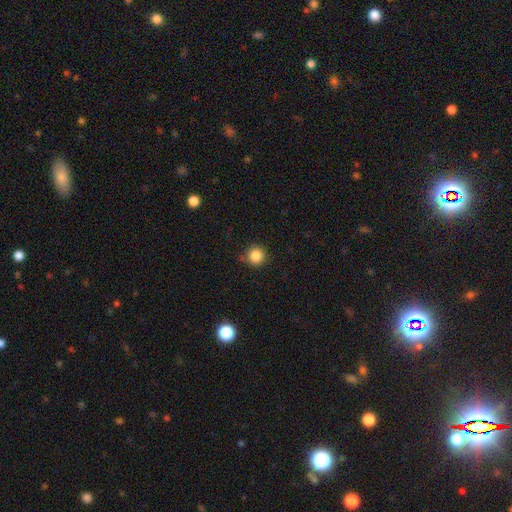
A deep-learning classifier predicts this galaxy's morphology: A smooth galaxy with no disk features (86%) that is round (95%).

Vote fractions:
- Smooth or featured? smooth: 86% / star or artifact: 11% / featured or disk: 3%
- How rounded? round: 95% / in between: 4% / cigar-shaped: 1%
- Merging? none: 84% / minor disturbance: 11% / major disturbance: 3% / merger: 3%